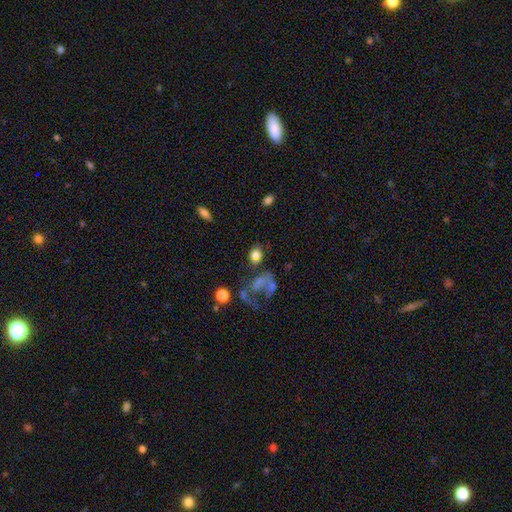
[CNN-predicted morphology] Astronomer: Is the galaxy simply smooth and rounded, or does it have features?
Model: smooth — 75%.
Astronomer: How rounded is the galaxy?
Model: in between — 50% (runner-up: round, 49%).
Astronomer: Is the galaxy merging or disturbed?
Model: none — 61%.